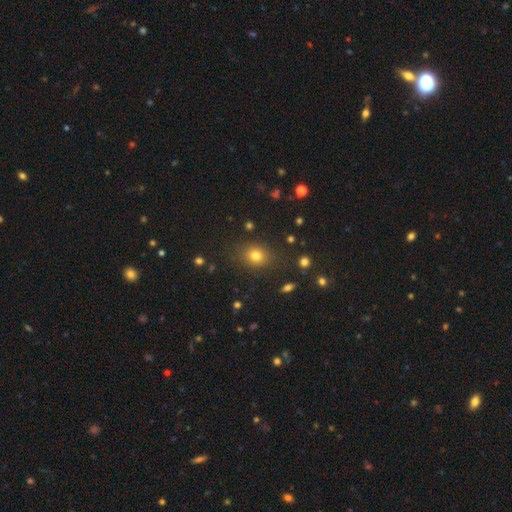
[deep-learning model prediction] Smooth or featured? Predicted: smooth (p=0.77). How rounded? Predicted: round (p=0.61). Merging? Predicted: none (p=0.83).